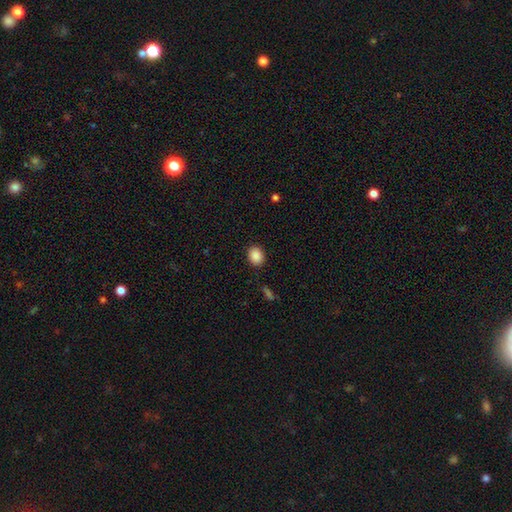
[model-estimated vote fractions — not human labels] smooth-or-featured: smooth: 89% | star or artifact: 8% | featured or disk: 3%
  how-rounded: in between: 53% | round: 46% | cigar-shaped: 1%
  merging: none: 89% | minor disturbance: 8% | major disturbance: 2% | merger: 1%